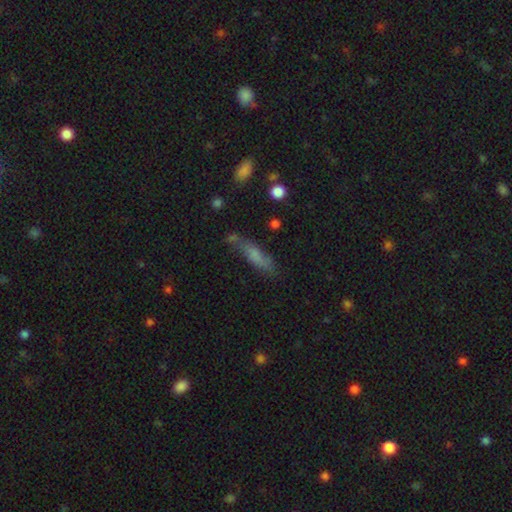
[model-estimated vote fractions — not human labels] Smooth or featured?
  - smooth: 65% *
  - featured or disk: 25%
  - star or artifact: 10%
How rounded?
  - cigar-shaped: 69% *
  - in between: 29%
  - round: 3%
Merging?
  - none: 62% *
  - minor disturbance: 23%
  - major disturbance: 8%
  - merger: 7%